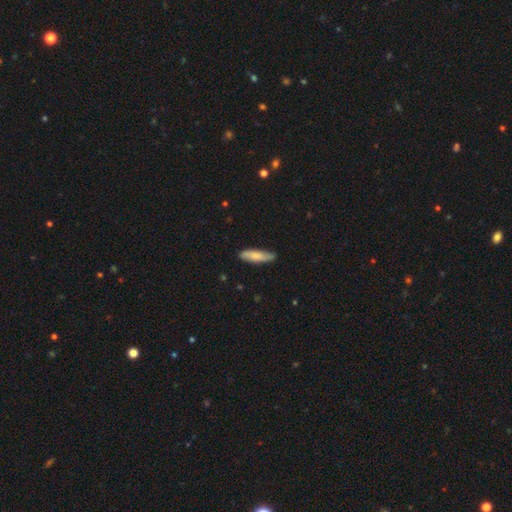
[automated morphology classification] type=smooth (74%); roundness=cigar-shaped (64%); merging=none (83%).